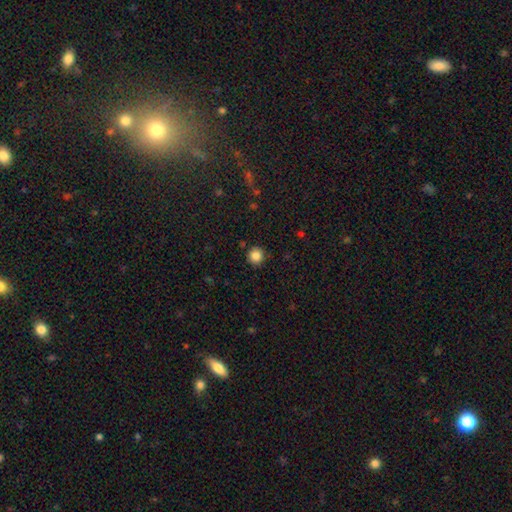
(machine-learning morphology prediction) smooth-or-featured: smooth: 85% | star or artifact: 11% | featured or disk: 4%
  how-rounded: round: 94% | in between: 5% | cigar-shaped: 1%
  merging: none: 90% | minor disturbance: 6% | major disturbance: 2% | merger: 1%